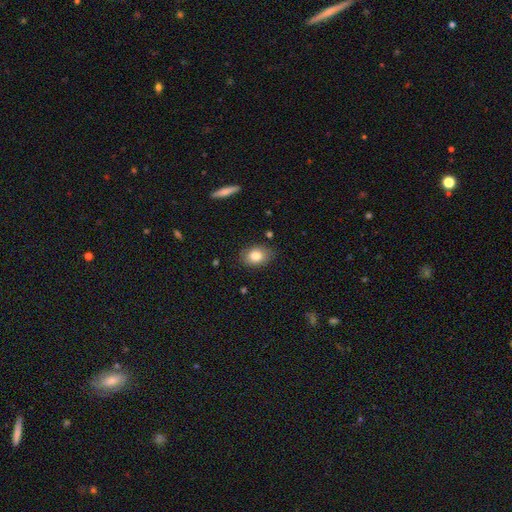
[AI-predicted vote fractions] Q: Smooth or featured?
A: smooth (81%); runner-up: featured or disk (11%)
Q: How rounded?
A: in between (75%); runner-up: round (24%)
Q: Merging?
A: none (82%); runner-up: minor disturbance (14%)